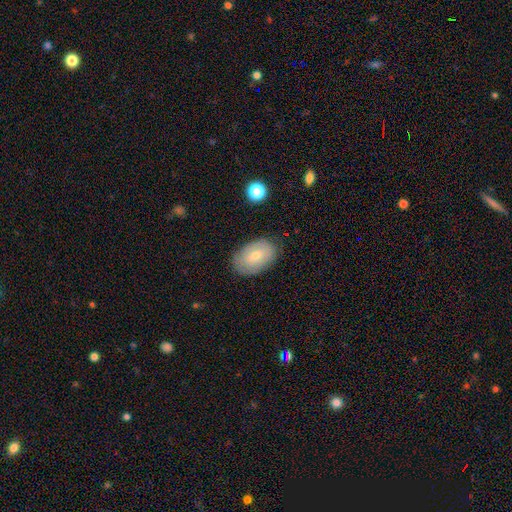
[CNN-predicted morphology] Q: Smooth or featured?
A: smooth (67%); runner-up: featured or disk (25%)
Q: How rounded?
A: in between (91%); runner-up: round (8%)
Q: Merging?
A: none (81%); runner-up: minor disturbance (14%)